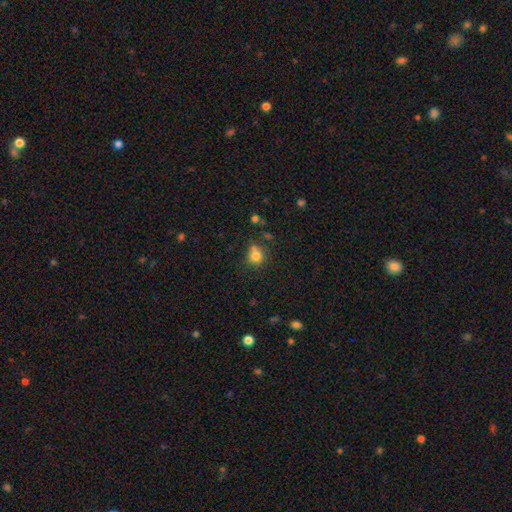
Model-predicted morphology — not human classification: Smooth or featured? Predicted: smooth (p=0.79). How rounded? Predicted: round (p=0.77). Merging? Predicted: none (p=0.61).